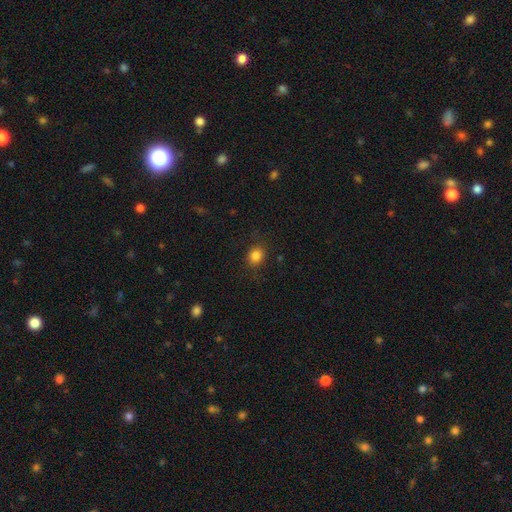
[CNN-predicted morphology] This is clearly a smooth galaxy (84%). How rounded: likely round (66%). Merging: clearly none (83%).